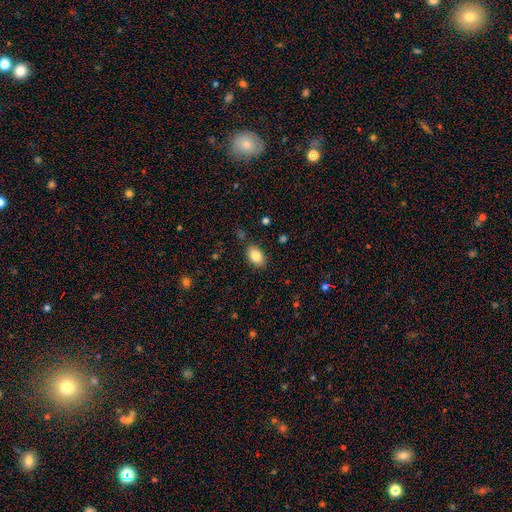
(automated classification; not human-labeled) Smooth or featured?
  - smooth: 84% *
  - featured or disk: 9%
  - star or artifact: 8%
How rounded?
  - in between: 89% *
  - round: 9%
  - cigar-shaped: 1%
Merging?
  - none: 85% *
  - minor disturbance: 11%
  - major disturbance: 3%
  - merger: 2%